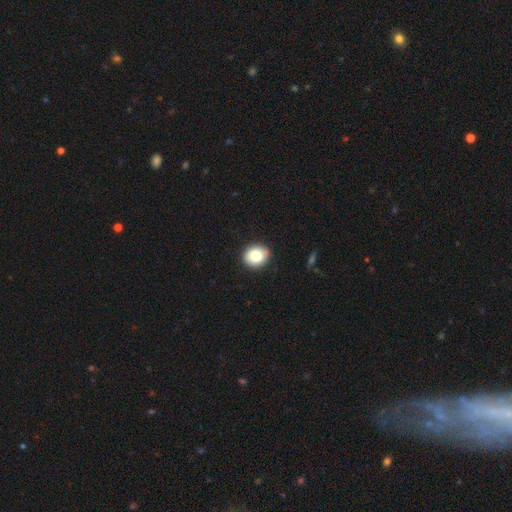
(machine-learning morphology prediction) type=smooth (81%); roundness=round (67%); merging=none (90%).